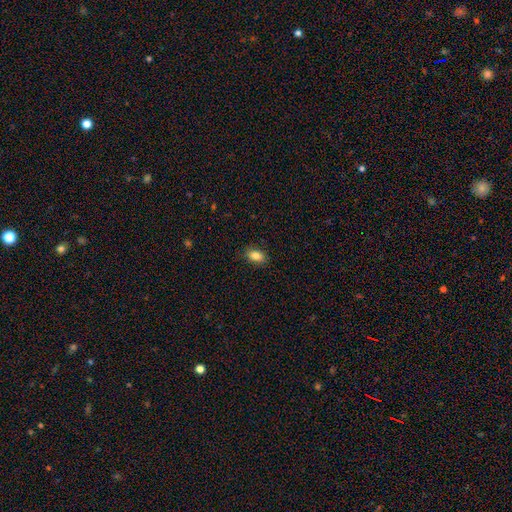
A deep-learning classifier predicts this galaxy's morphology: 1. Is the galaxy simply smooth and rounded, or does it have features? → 84% smooth, 9% star or artifact, 7% featured or disk.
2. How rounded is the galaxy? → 85% in between, 13% round, 2% cigar-shaped.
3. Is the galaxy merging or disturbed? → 87% none, 10% minor disturbance, 2% major disturbance, 1% merger.